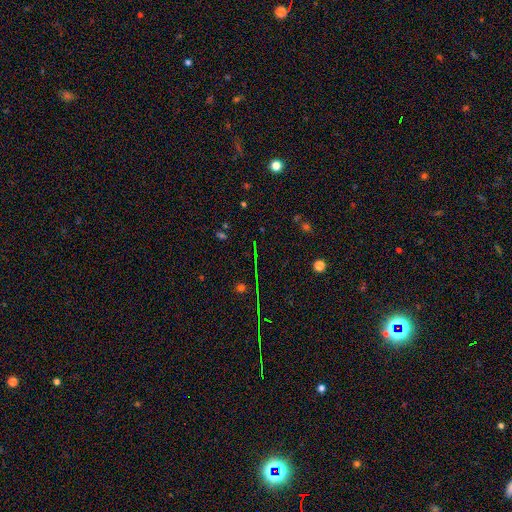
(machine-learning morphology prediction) type=star or artifact (69%).